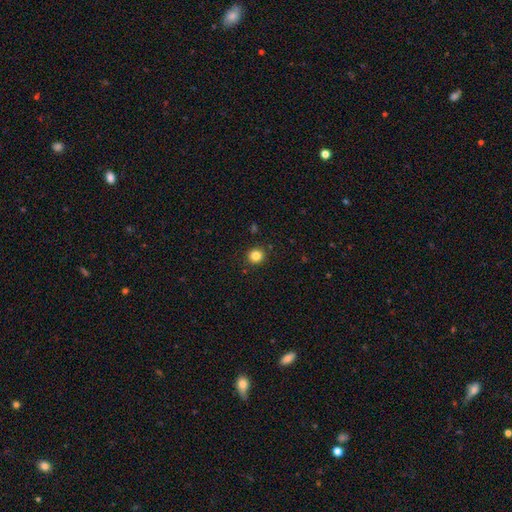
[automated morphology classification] A smooth galaxy with no disk features (83%) that is round (91%). Merging: none (92%).